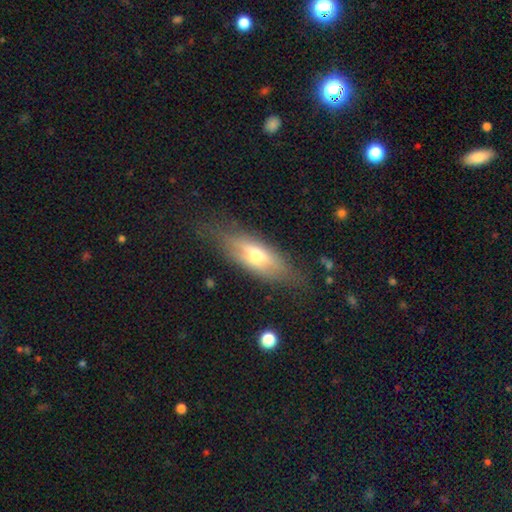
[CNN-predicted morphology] smooth 50%, featured or disk 42%, star or artifact 8%. Down the decision tree: merging — none (68%).